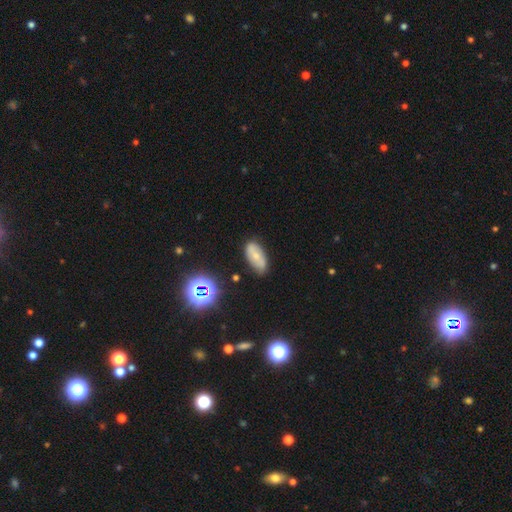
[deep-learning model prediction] Morphology: type=smooth (53%); roundness=in between (89%); merging=none (74%).